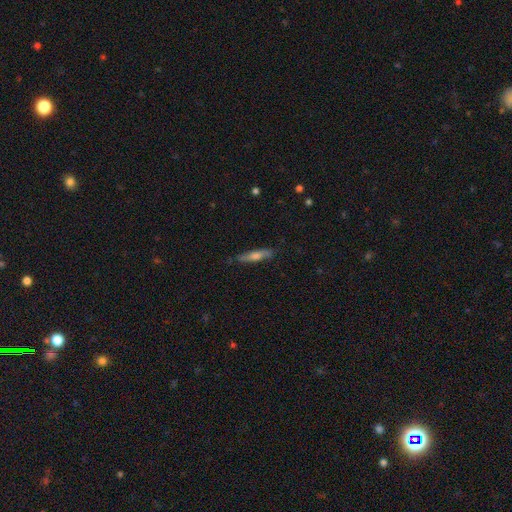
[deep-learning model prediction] Smooth or featured?
  - featured or disk: 50% *
  - smooth: 42%
  - star or artifact: 8%
Edge-on disk?
  - yes: 86% *
  - no: 14%
Merging?
  - none: 82% *
  - minor disturbance: 14%
  - major disturbance: 2%
  - merger: 1%